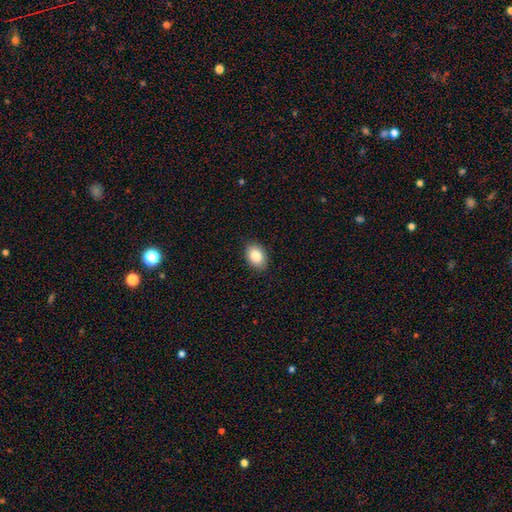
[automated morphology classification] type=smooth (86%); roundness=in between (81%); merging=none (87%).